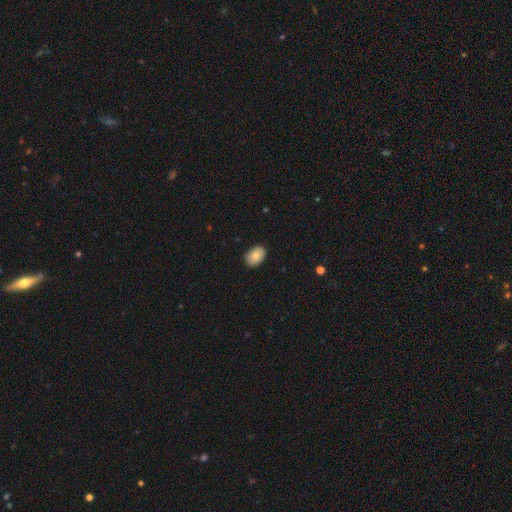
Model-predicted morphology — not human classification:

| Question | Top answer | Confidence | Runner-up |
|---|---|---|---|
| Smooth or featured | smooth | 84% | featured or disk (9%) |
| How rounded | in between | 83% | round (16%) |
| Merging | none | 88% | minor disturbance (10%) |